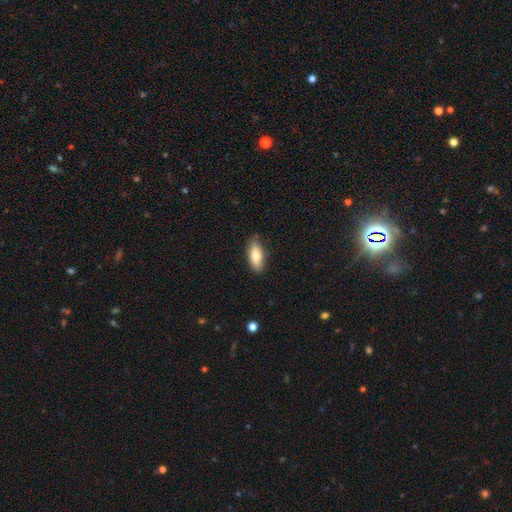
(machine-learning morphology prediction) Smooth or featured? smooth (81%)
How rounded? in between (82%)
Merging? none (83%)